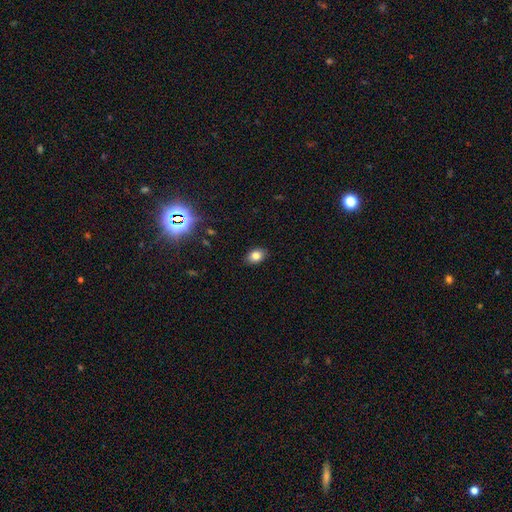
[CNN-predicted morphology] Smooth or featured?
  - smooth: 80% *
  - star or artifact: 12%
  - featured or disk: 8%
How rounded?
  - in between: 75% *
  - round: 24%
  - cigar-shaped: 1%
Merging?
  - none: 88% *
  - minor disturbance: 9%
  - major disturbance: 2%
  - merger: 1%